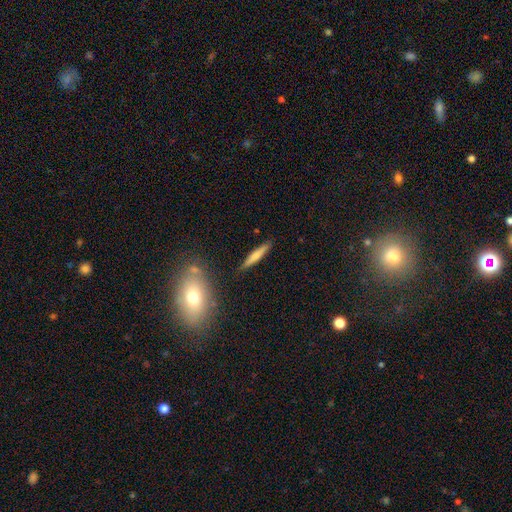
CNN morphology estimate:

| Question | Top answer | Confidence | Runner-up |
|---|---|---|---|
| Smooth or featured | smooth | 62% | featured or disk (32%) |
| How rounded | cigar-shaped | 92% | in between (6%) |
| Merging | none | 87% | minor disturbance (9%) |